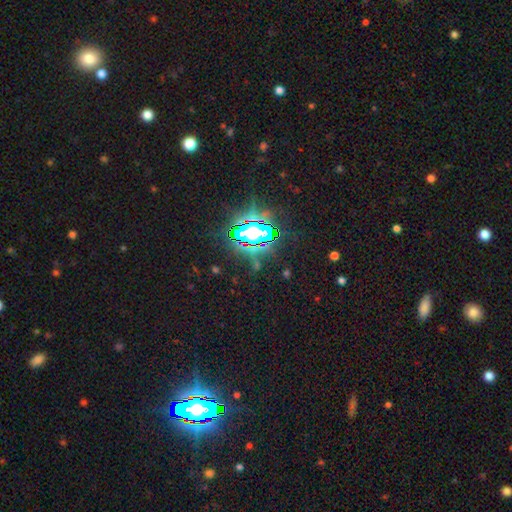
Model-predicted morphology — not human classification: The model was most divided on "smooth or featured": star or artifact: 81%, smooth: 11%, featured or disk: 8%.